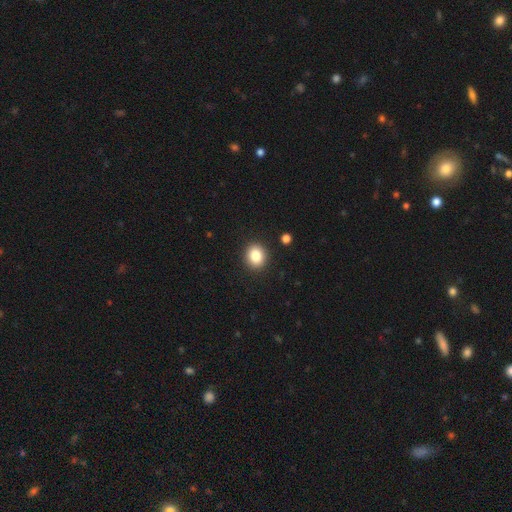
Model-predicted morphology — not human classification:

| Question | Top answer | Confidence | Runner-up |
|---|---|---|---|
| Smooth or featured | smooth | 85% | star or artifact (10%) |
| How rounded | round | 71% | in between (28%) |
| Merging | none | 90% | minor disturbance (6%) |